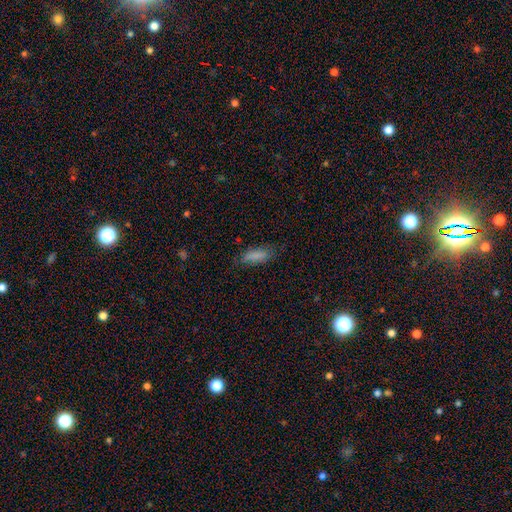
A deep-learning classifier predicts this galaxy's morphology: A smooth galaxy with no disk features (82%) that is in between round and cigar-shaped (69%).

Vote fractions:
- Smooth or featured? smooth: 82% / featured or disk: 9% / star or artifact: 9%
- How rounded? in between: 69% / cigar-shaped: 29% / round: 2%
- Merging? none: 70% / minor disturbance: 22% / major disturbance: 7% / merger: 2%